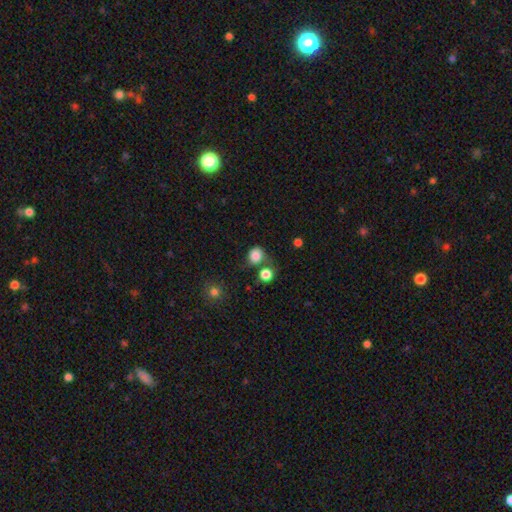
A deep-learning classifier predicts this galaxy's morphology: Smooth or featured: smooth — 83% (star or artifact — 11%)
How rounded: round — 75% (in between — 24%)
Merging: none — 54% (merger — 21%)